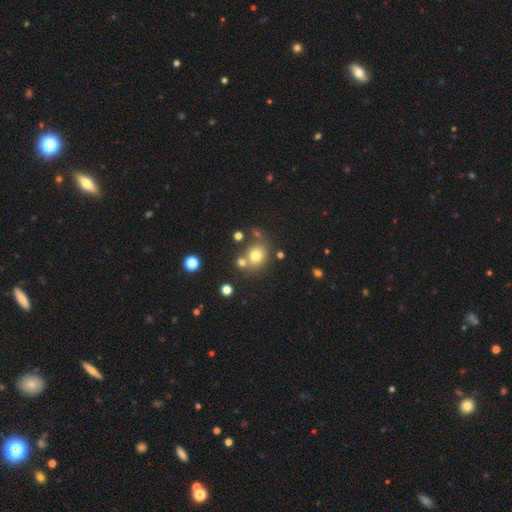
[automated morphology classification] This appears to be a smooth galaxy with no disk features (74%) that is round (80%). Merging: none (64%).